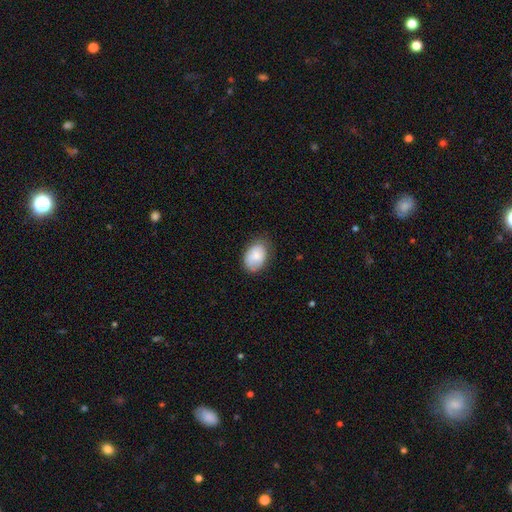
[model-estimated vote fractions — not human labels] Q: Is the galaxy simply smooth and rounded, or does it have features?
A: smooth — 81%.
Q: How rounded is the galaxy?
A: in between — 84%.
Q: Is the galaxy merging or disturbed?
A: none — 71%.